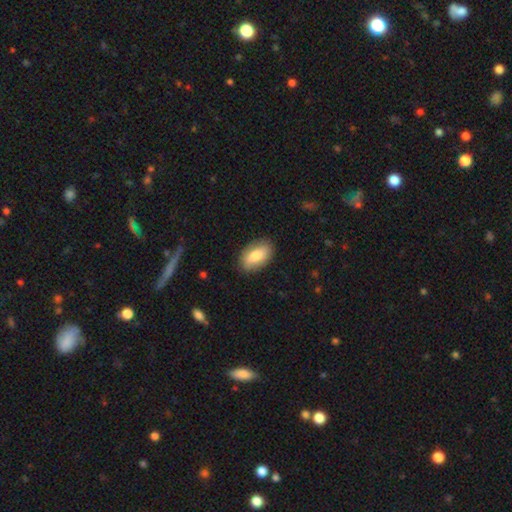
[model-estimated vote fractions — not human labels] Smooth or featured? smooth (77%)
How rounded? in between (92%)
Merging? none (85%)